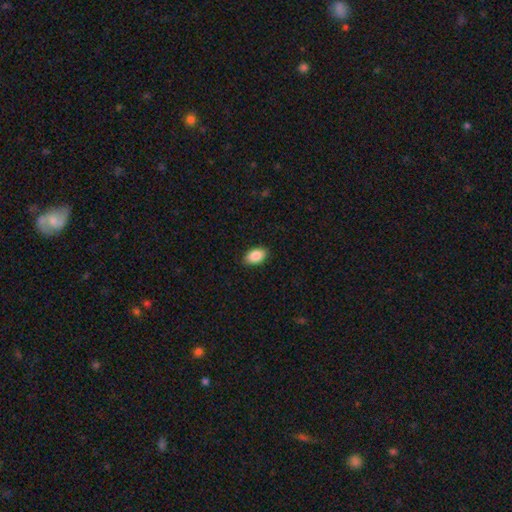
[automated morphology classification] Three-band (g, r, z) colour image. It shows a smooth galaxy with no disk features (87%) that is in between round and cigar-shaped (92%). Merging: none (88%).